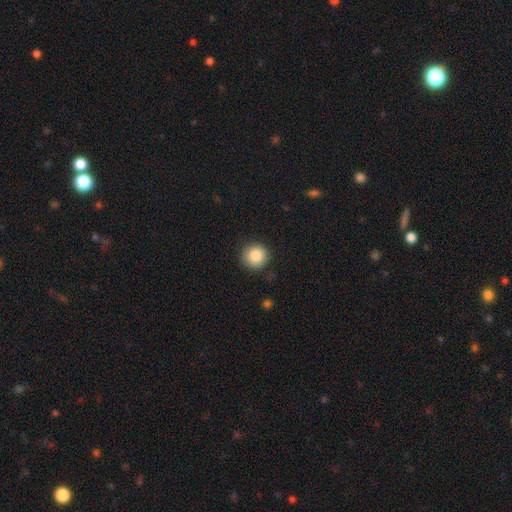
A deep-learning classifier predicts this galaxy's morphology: This is clearly a smooth galaxy (87%). How rounded: clearly round (92%). Merging: clearly none (87%).